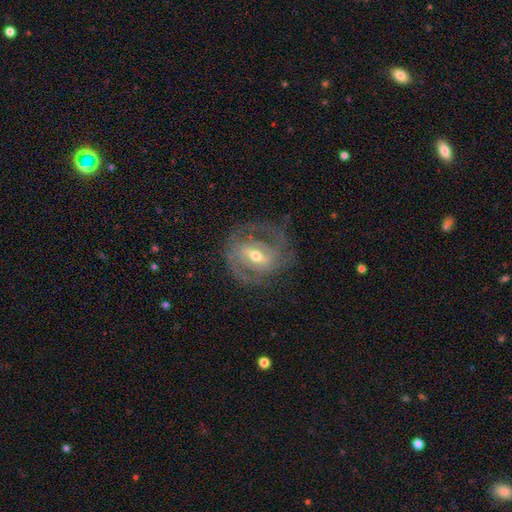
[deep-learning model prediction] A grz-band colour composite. It shows a featured or disk galaxy (85%) with a strong bar (43%), 2 (65%) tight (44%) spiral arms (89%) and a moderate central bulge (64%). Merging: none (65%).